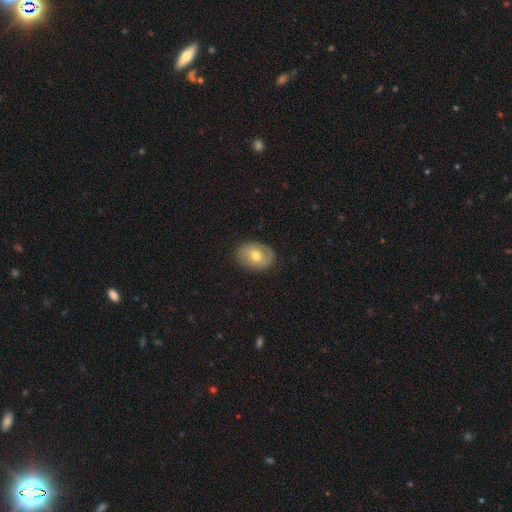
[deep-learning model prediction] smooth_or_featured: smooth (p=0.59) [alt: featured or disk p=0.33]
how_rounded: in between (p=0.68) [alt: round p=0.31]
merging: none (p=0.82) [alt: minor disturbance p=0.14]